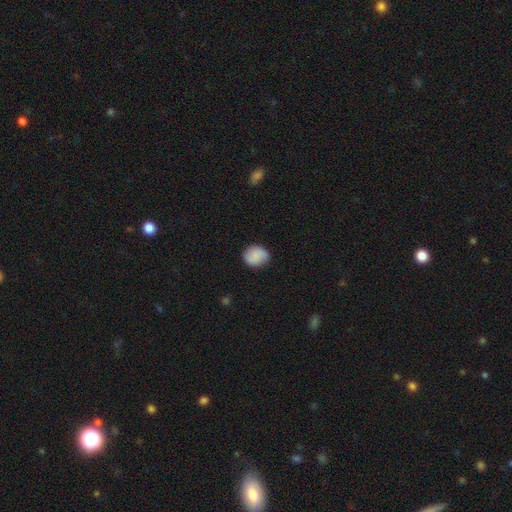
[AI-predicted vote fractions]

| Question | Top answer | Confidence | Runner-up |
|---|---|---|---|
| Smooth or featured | smooth | 83% | featured or disk (10%) |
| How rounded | round | 72% | in between (27%) |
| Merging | none | 78% | minor disturbance (17%) |